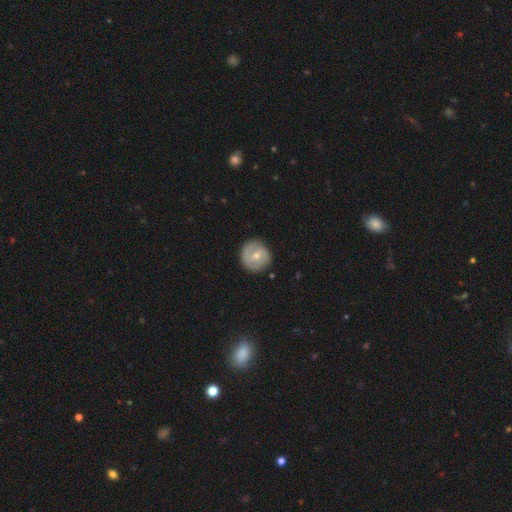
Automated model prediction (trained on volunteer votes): The model was most divided on "smooth or featured": featured or disk: 48%, smooth: 46%, star or artifact: 6%. More confident: merging — none (84%).